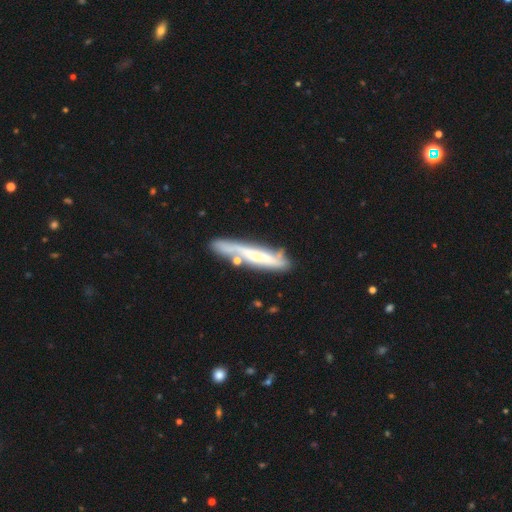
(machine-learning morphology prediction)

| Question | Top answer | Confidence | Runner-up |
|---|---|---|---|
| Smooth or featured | featured or disk | 55% | smooth (38%) |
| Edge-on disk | yes | 69% | no (31%) |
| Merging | none | 60% | minor disturbance (21%) |